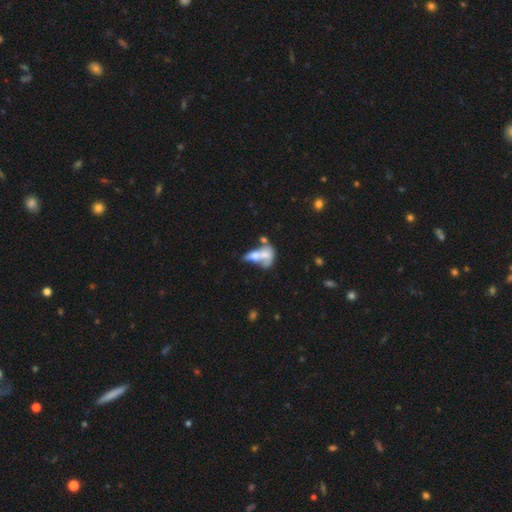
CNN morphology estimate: Smooth or featured? Predicted: smooth (p=0.49). Merging? Predicted: merger (p=0.63).